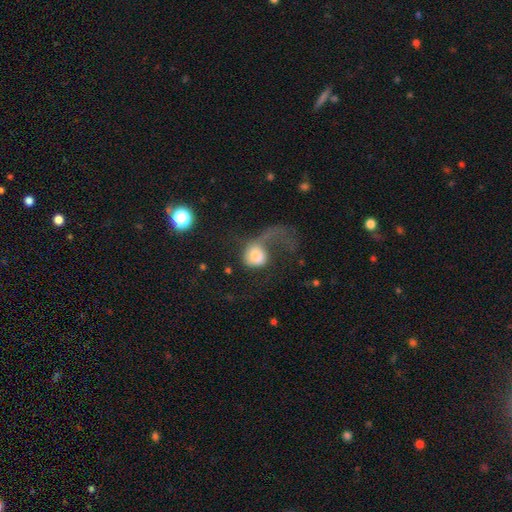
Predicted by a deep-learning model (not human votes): Smooth or featured: smooth — 62% (featured or disk — 29%)
How rounded: round — 71% (in between — 28%)
Merging: major disturbance — 68% (none — 15%)